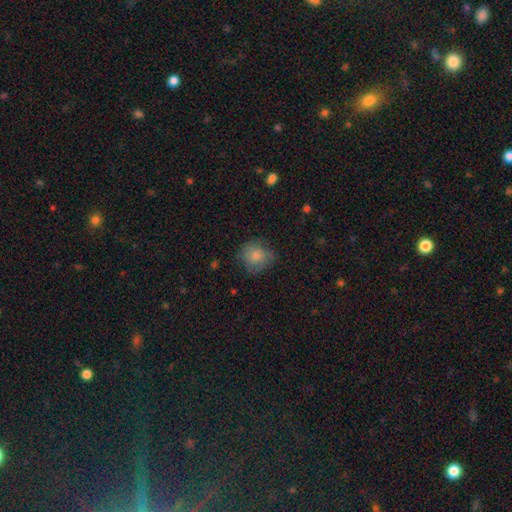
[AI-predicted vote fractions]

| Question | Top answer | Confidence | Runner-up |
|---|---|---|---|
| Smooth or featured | smooth | 76% | featured or disk (16%) |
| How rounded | round | 79% | in between (20%) |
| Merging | none | 65% | minor disturbance (24%) |